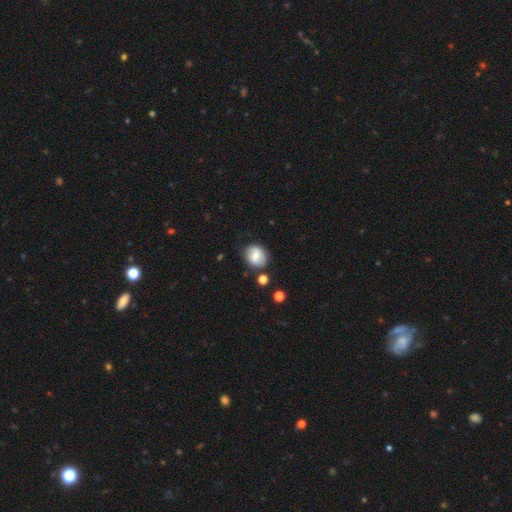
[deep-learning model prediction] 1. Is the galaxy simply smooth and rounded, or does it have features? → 71% smooth, 21% featured or disk, 9% star or artifact.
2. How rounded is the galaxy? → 53% round, 46% in between, 1% cigar-shaped.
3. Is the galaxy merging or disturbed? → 74% none, 17% minor disturbance, 5% merger, 4% major disturbance.